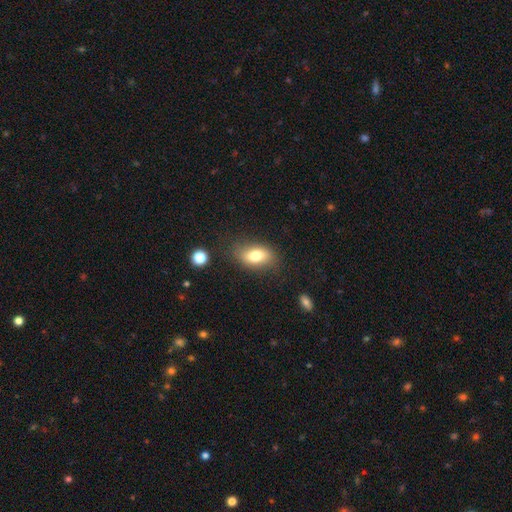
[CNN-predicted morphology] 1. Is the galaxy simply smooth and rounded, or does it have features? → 77% smooth, 15% featured or disk, 8% star or artifact.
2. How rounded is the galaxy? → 87% in between, 10% round, 3% cigar-shaped.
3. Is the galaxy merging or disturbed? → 74% none, 18% minor disturbance, 6% major disturbance, 2% merger.